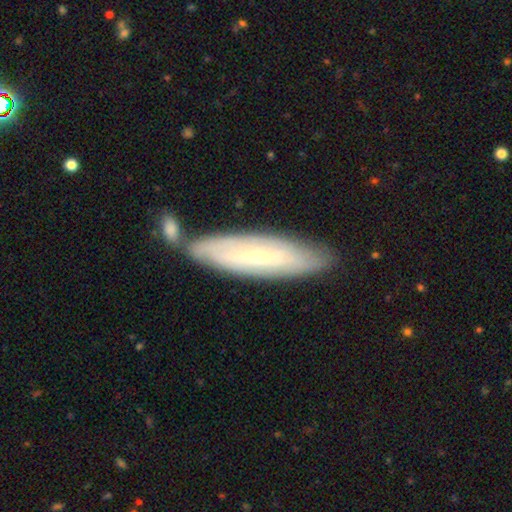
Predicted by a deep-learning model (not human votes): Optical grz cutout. It shows a featured or disk galaxy (63%). Merging: none (68%).